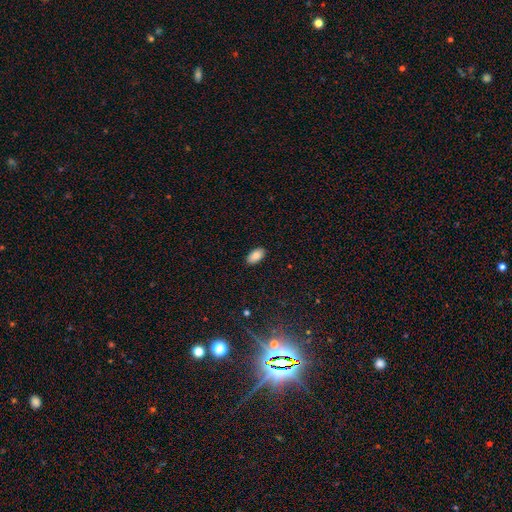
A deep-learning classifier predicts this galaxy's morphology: Overall: smooth (88%). How rounded: in between (95%). Merging: none (89%).